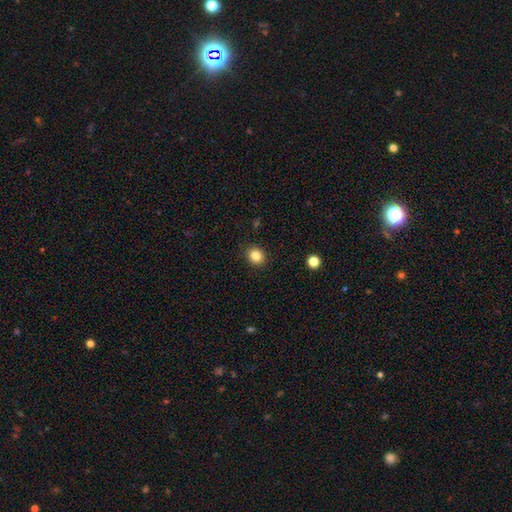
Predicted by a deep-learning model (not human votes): smooth 84%, star or artifact 11%, featured or disk 5%. Down the decision tree: how rounded — round (71%); merging — none (90%).